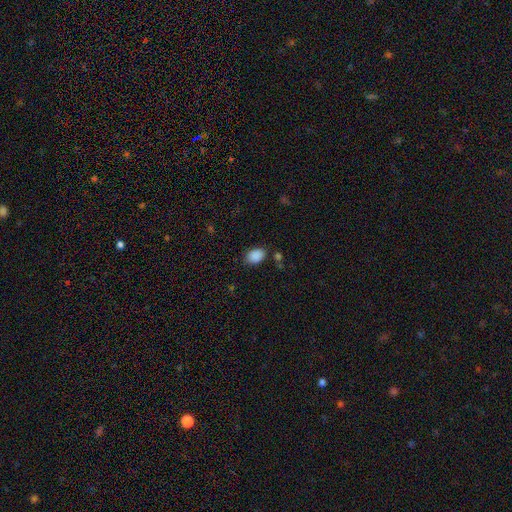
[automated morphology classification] A smooth galaxy with no disk features (89%) that is in between round and cigar-shaped (79%). Merging: none (79%).